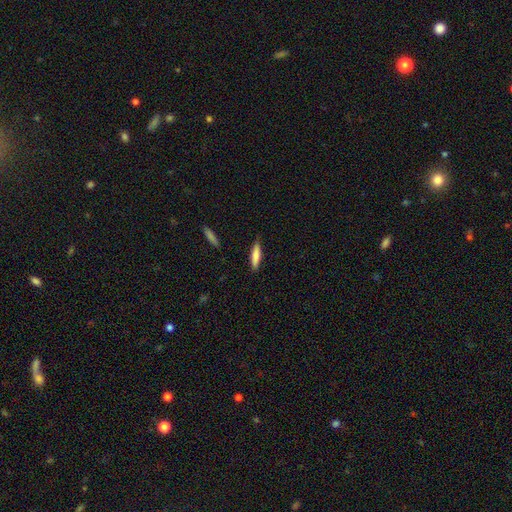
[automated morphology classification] Overall: smooth (78%). How rounded: cigar-shaped (77%). Merging: none (84%).